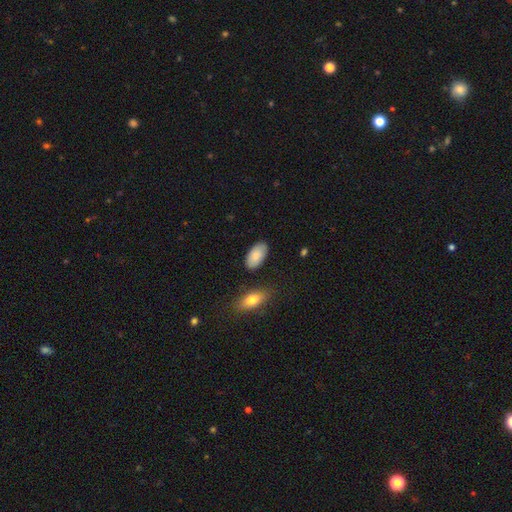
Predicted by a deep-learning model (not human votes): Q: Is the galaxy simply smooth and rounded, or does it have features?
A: smooth — 86%.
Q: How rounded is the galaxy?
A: in between — 95%.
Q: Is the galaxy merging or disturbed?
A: none — 83%.